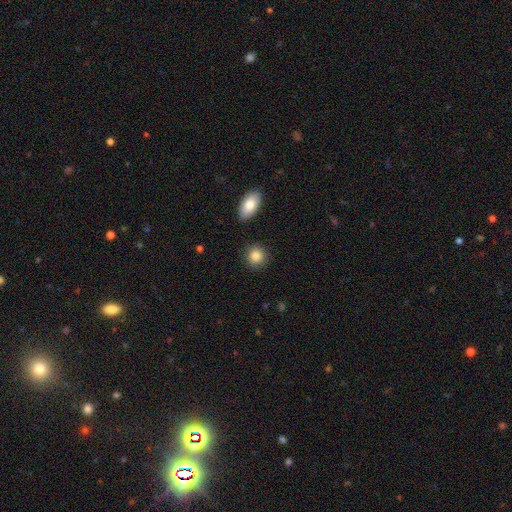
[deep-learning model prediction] Smooth or featured: smooth — 86% (star or artifact — 8%)
How rounded: round — 81% (in between — 17%)
Merging: none — 87% (minor disturbance — 8%)